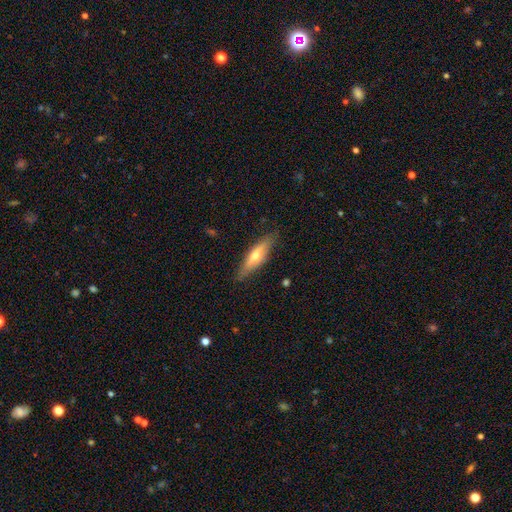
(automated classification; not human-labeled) Morphology: type=featured or disk (48%); merging=none (85%).